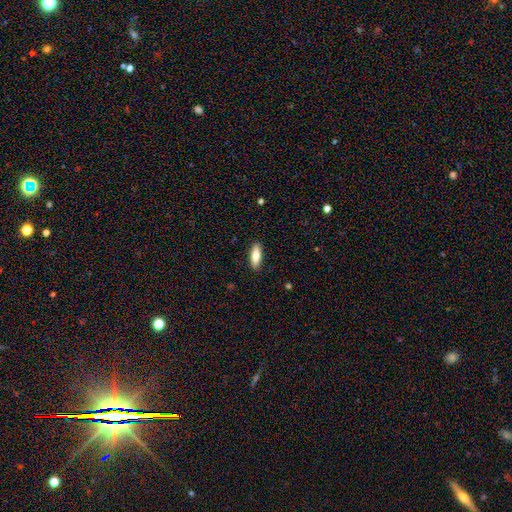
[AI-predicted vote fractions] The model was most divided on "how rounded": in between: 60%, cigar-shaped: 38%, round: 2%. More confident: merging — none (89%); smooth or featured — smooth (79%).